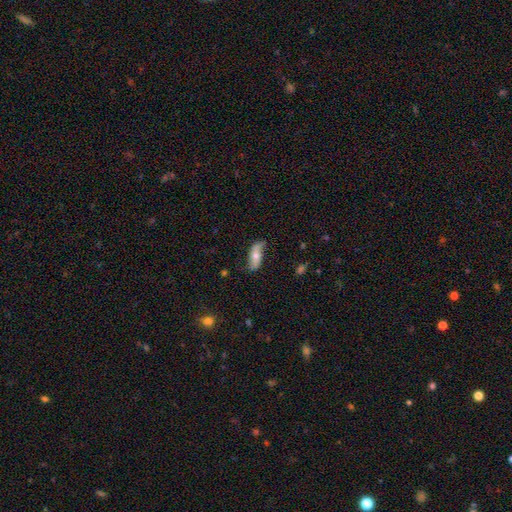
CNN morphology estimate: smooth_or_featured: featured or disk (p=0.48) [alt: smooth p=0.45]
merging: none (p=0.68) [alt: minor disturbance p=0.24]